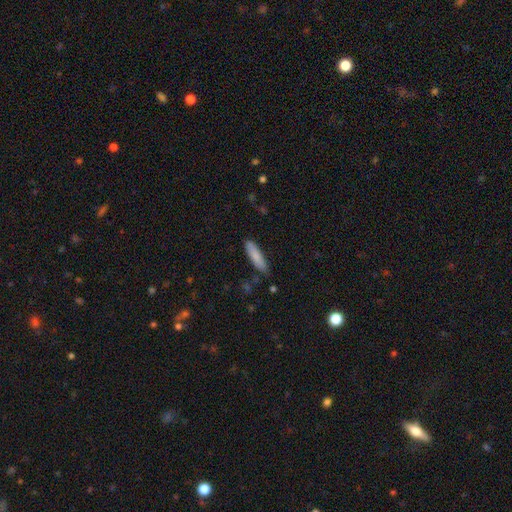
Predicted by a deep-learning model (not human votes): Smooth or featured?
  - smooth: 83% *
  - featured or disk: 11%
  - star or artifact: 6%
How rounded?
  - cigar-shaped: 75% *
  - in between: 24%
  - round: 1%
Merging?
  - none: 81% *
  - minor disturbance: 14%
  - major disturbance: 2%
  - merger: 2%